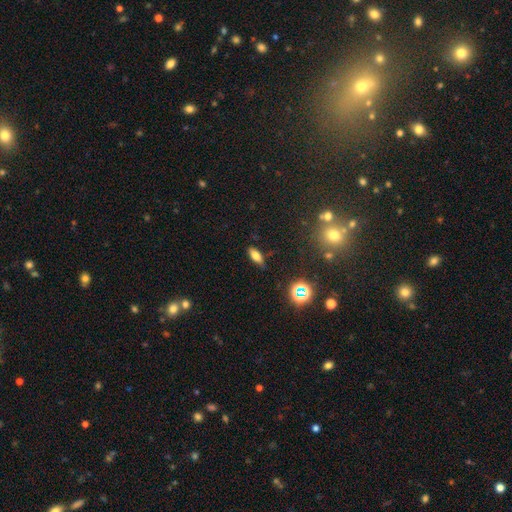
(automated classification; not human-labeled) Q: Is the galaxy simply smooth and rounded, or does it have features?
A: smooth — 70%.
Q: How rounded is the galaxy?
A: in between — 73%.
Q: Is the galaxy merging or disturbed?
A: none — 81%.